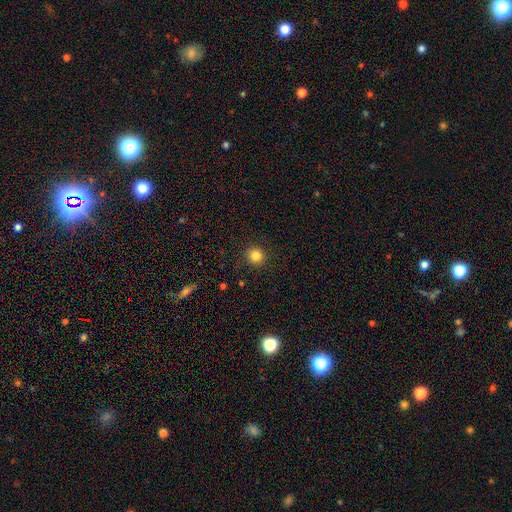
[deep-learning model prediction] smooth-or-featured: smooth: 83% | star or artifact: 12% | featured or disk: 5%
  how-rounded: round: 94% | in between: 5% | cigar-shaped: 1%
  merging: none: 90% | minor disturbance: 7% | major disturbance: 2% | merger: 1%